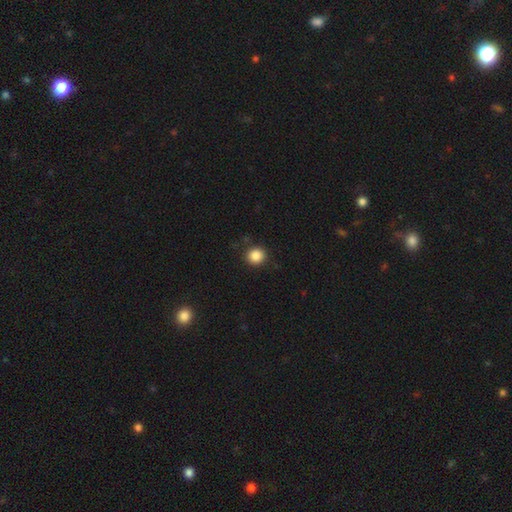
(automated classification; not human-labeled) Overall: smooth (86%). How rounded: round (92%). Merging: none (88%).